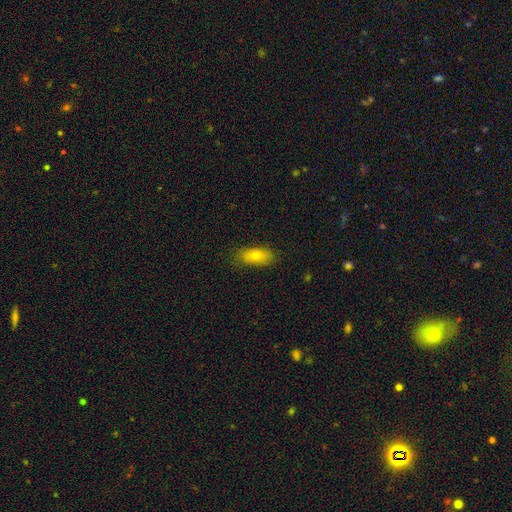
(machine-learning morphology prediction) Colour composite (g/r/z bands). It shows a smooth galaxy with no disk features (77%) that is in between round and cigar-shaped (84%). Merging: none (81%).